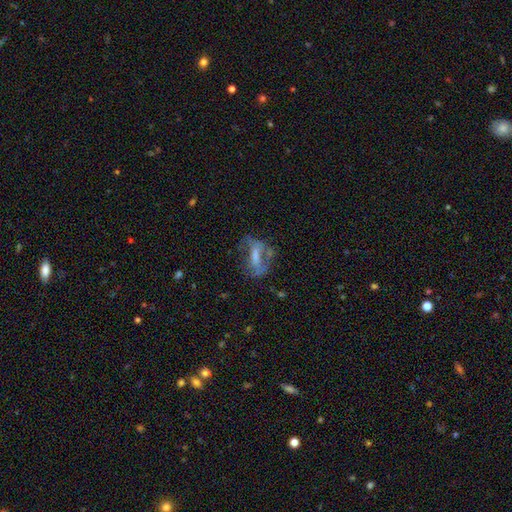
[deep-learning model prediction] A featured or disk galaxy (59%) with no bar (40%), no spiral arms (53%) and a moderate central bulge (34%).

Vote fractions:
- Smooth or featured? featured or disk: 59% / smooth: 27% / star or artifact: 15%
- Edge-on disk? no: 89% / yes: 11%
- Bar? no: 40% / weak: 35% / strong: 25%
- Spiral arms? no: 53% / yes: 47%
- Bulge size? moderate: 34% / small: 30% / none: 26% / large: 9% / dominant: 2%
- Merging? none: 48% / major disturbance: 26% / minor disturbance: 20% / merger: 6%